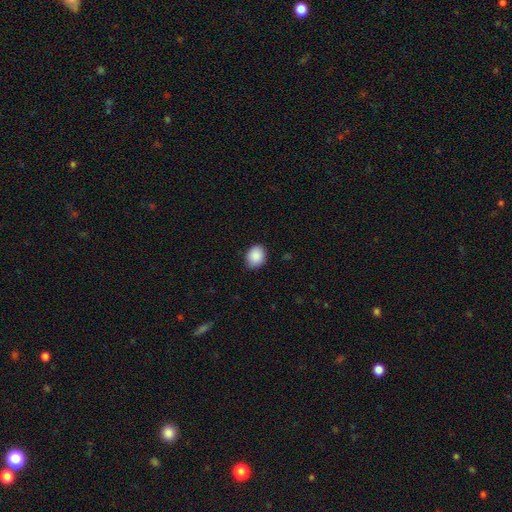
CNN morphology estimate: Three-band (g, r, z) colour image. It shows a smooth galaxy with no disk features (90%) that is in between round and cigar-shaped (50%, tied with round). Merging: none (84%).